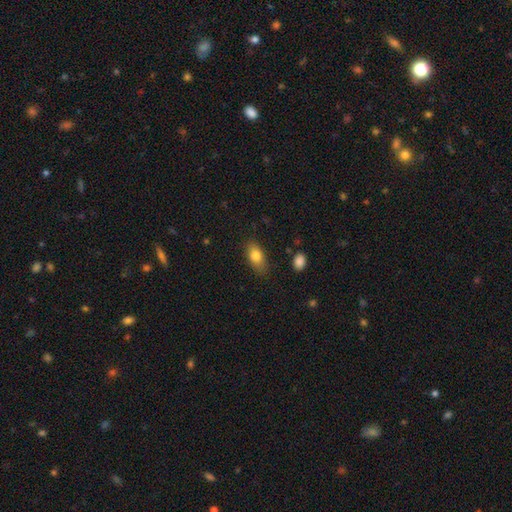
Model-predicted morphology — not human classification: smooth_or_featured: smooth (p=0.79) [alt: featured or disk p=0.13]
how_rounded: in between (p=0.85) [alt: cigar-shaped p=0.08]
merging: none (p=0.79) [alt: minor disturbance p=0.16]